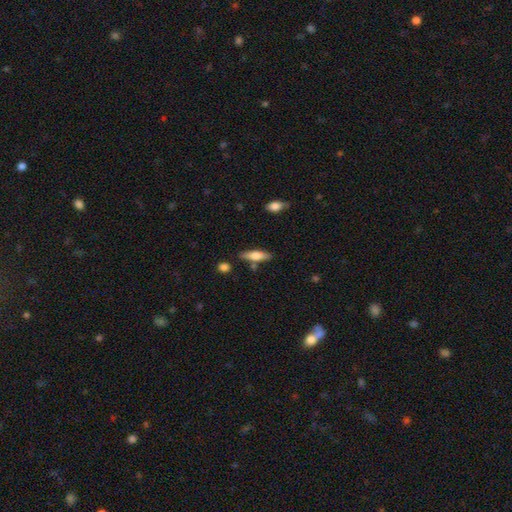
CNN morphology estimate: Overall: smooth (62%; featured or disk 32%). How rounded: cigar-shaped (59%; in between 38%). Merging: none (78%).